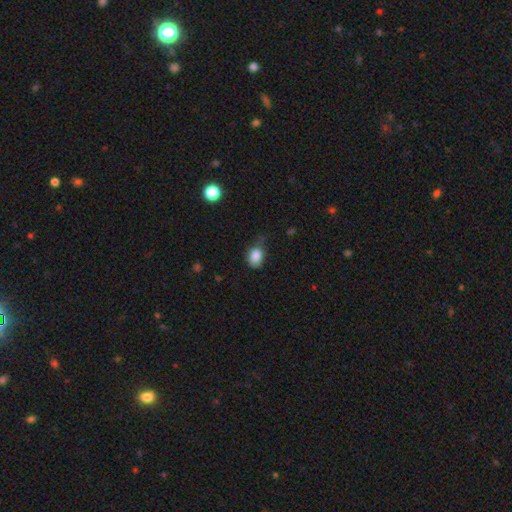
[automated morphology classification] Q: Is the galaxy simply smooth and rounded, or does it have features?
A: smooth — 84%.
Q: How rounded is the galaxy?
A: in between — 63%.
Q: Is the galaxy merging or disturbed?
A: minor disturbance — 43%.